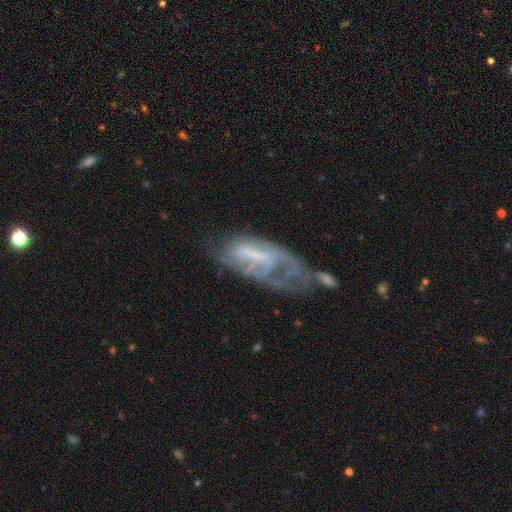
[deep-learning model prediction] Q: Smooth or featured?
A: featured or disk (65%); runner-up: smooth (26%)
Q: Edge-on disk?
A: no (89%); runner-up: yes (11%)
Q: Bar?
A: no (38%); runner-up: weak (37%)
Q: Spiral arms?
A: yes (59%); runner-up: no (41%)
Q: Bulge size?
A: none (47%); runner-up: small (26%)
Q: Merging?
A: major disturbance (36%); runner-up: none (27%)